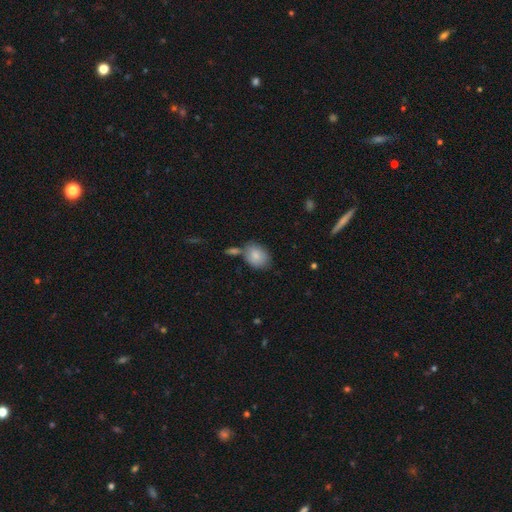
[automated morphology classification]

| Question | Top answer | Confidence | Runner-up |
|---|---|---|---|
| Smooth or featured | smooth | 82% | featured or disk (11%) |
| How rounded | in between | 68% | round (31%) |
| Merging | none | 58% | merger (19%) |